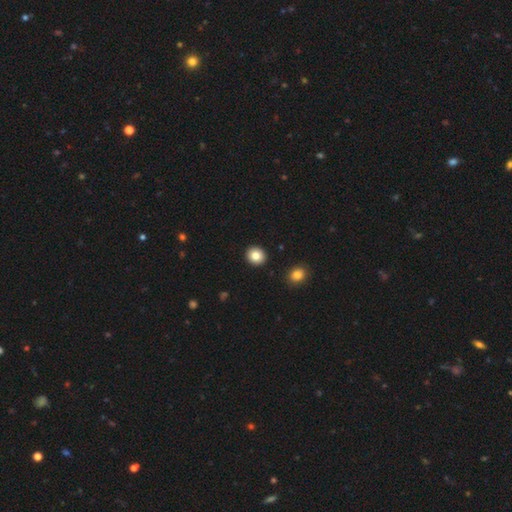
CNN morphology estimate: type=smooth (84%); roundness=round (86%); merging=none (92%).